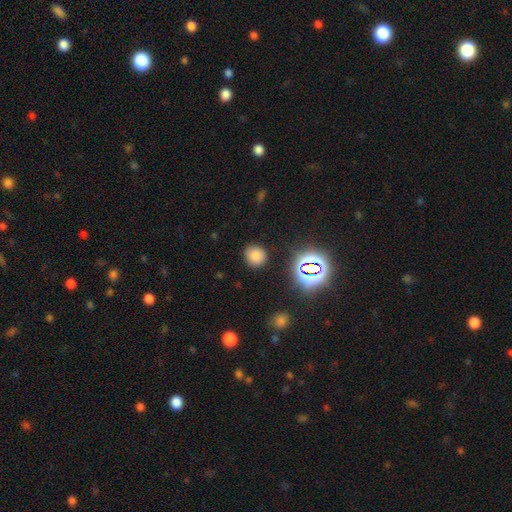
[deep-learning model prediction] smooth_or_featured: smooth (p=0.75) [alt: star or artifact p=0.19]
how_rounded: round (p=0.86) [alt: in between p=0.13]
merging: none (p=0.87) [alt: minor disturbance p=0.09]